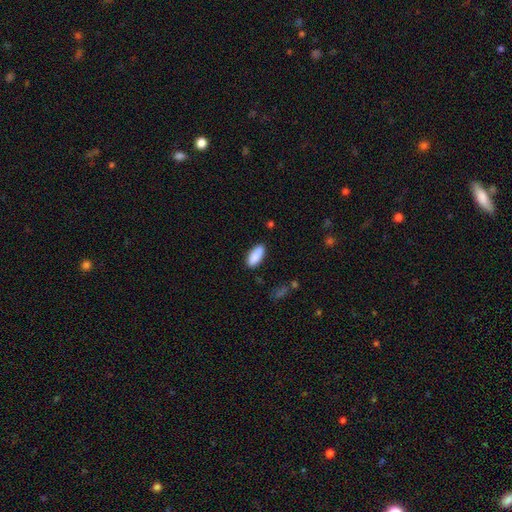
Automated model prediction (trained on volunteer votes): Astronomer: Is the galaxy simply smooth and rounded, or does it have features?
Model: smooth — 89%.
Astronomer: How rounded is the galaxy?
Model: in between — 82%.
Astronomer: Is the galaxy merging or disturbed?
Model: none — 85%.